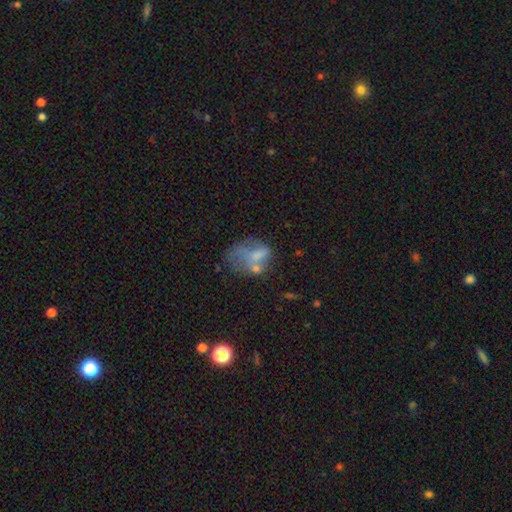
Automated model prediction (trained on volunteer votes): smooth-or-featured: smooth: 51% | featured or disk: 35% | star or artifact: 14%
  how-rounded: in between: 70% | round: 28% | cigar-shaped: 2%
  merging: major disturbance: 34% | none: 25% | minor disturbance: 21% | merger: 19%